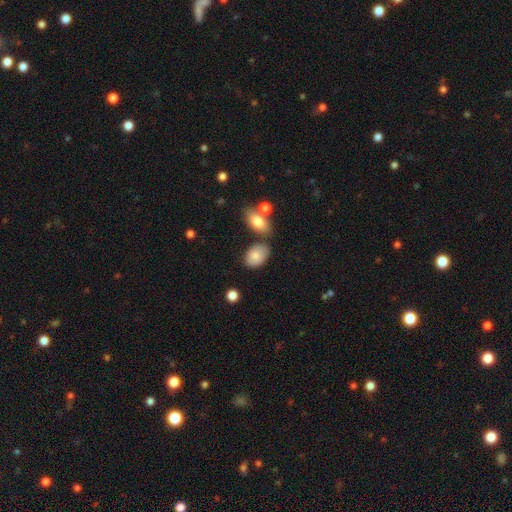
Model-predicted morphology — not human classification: Overall: smooth (82%). How rounded: in between (88%). Merging: none (66%).